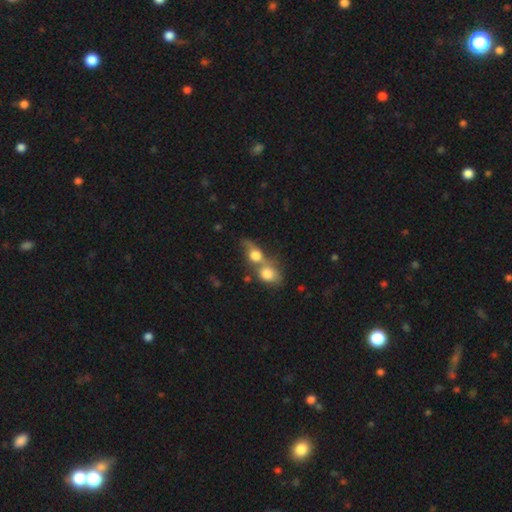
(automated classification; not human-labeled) Smooth or featured: smooth — 69% (featured or disk — 20%)
How rounded: in between — 51% (round — 44%)
Merging: merger — 71% (none — 16%)